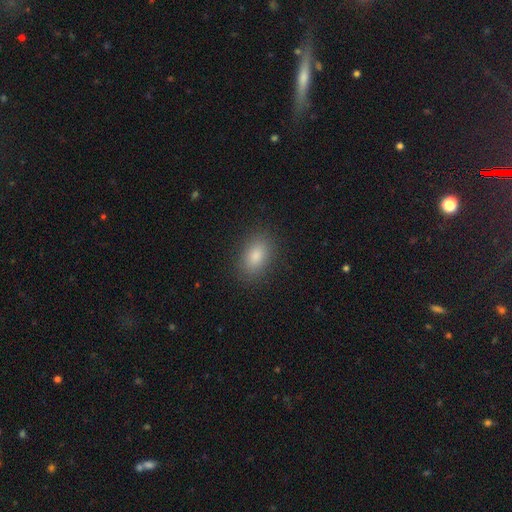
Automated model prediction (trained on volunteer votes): A smooth galaxy with no disk features (83%) that is in between round and cigar-shaped (84%). Merging: none (88%).